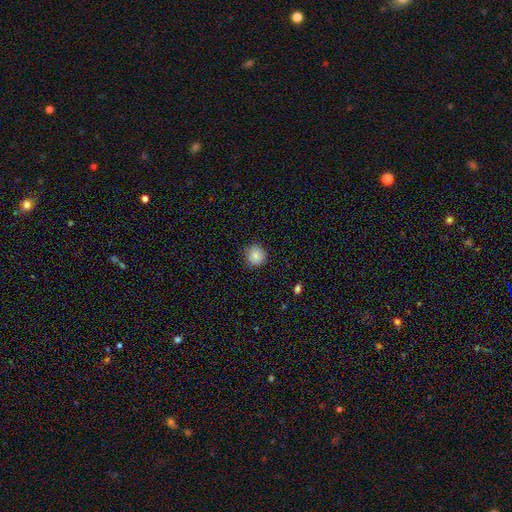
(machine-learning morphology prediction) Smooth or featured?
  - smooth: 86% *
  - star or artifact: 9%
  - featured or disk: 5%
How rounded?
  - round: 89% *
  - in between: 11%
  - cigar-shaped: 1%
Merging?
  - none: 85% *
  - minor disturbance: 12%
  - major disturbance: 3%
  - merger: 1%